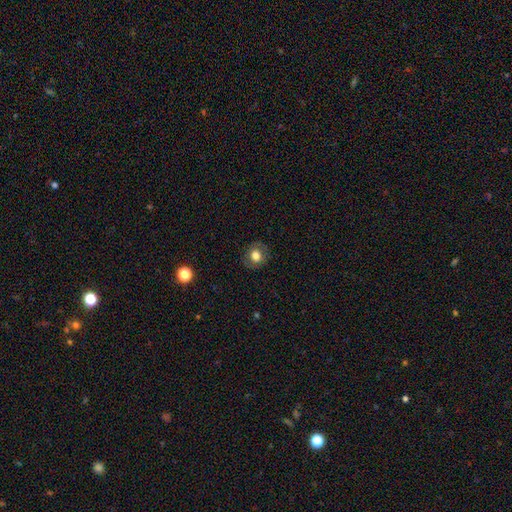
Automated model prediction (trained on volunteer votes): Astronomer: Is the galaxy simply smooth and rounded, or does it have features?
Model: smooth — 70%.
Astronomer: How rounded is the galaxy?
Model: round — 74%.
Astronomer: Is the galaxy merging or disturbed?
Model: none — 84%.